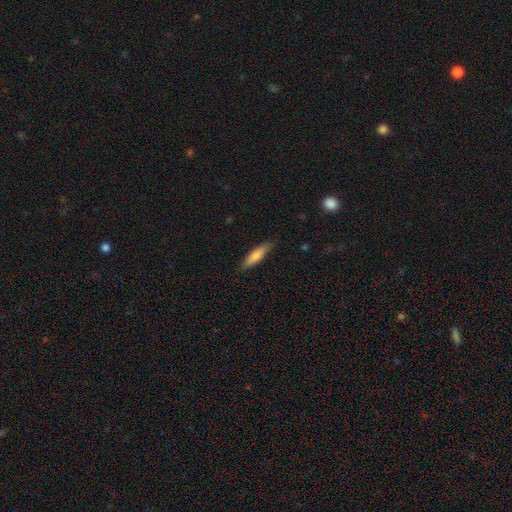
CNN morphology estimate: The model was most divided on "how rounded": cigar-shaped: 74%, in between: 25%, round: 2%. More confident: merging — none (85%); smooth or featured — smooth (75%).